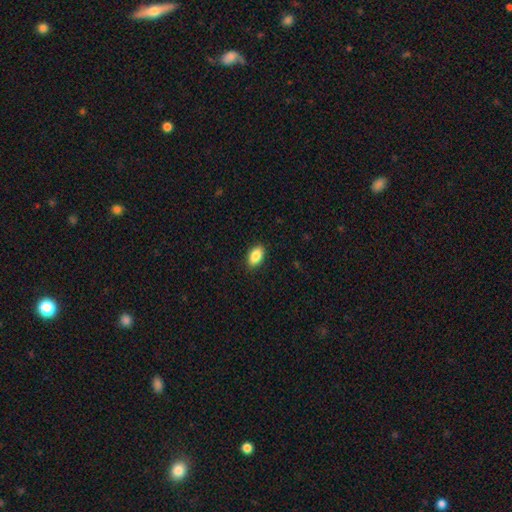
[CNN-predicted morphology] Q: Smooth or featured?
A: smooth (88%); runner-up: star or artifact (7%)
Q: How rounded?
A: in between (91%); runner-up: round (8%)
Q: Merging?
A: none (89%); runner-up: minor disturbance (8%)